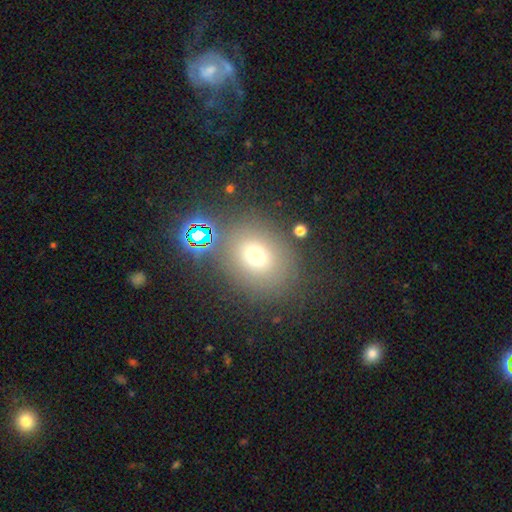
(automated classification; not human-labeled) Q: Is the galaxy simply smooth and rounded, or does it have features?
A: smooth — 68%.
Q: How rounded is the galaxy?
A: round — 62%.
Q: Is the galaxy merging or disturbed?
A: none — 77%.